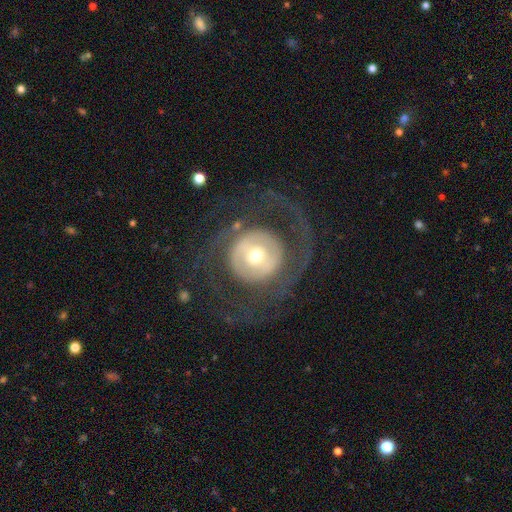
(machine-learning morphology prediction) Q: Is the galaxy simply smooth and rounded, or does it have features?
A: featured or disk — 71%.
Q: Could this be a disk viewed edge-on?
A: no — 96%.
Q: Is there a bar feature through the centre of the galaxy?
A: no — 62%.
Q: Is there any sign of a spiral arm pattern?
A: yes — 54%.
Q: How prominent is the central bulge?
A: moderate — 54%.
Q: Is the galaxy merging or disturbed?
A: none — 66%.